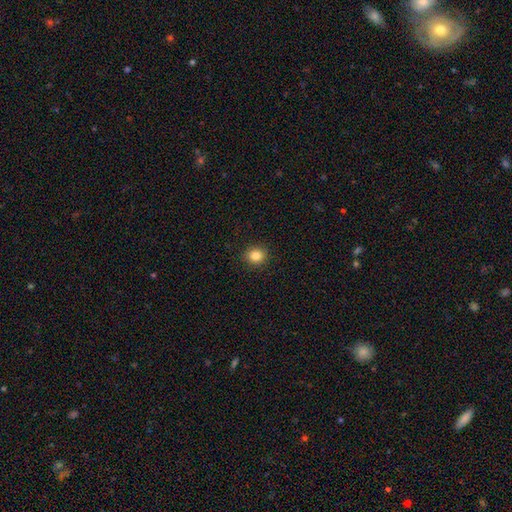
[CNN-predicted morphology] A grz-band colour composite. It shows a smooth galaxy with no disk features (84%) that is round (81%). Merging: none (91%).